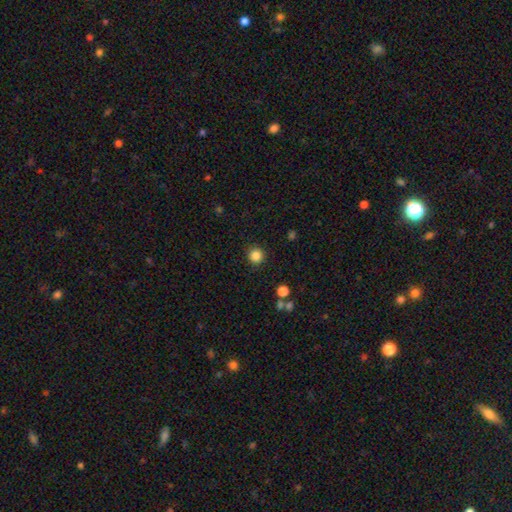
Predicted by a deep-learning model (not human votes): A smooth galaxy with no disk features (85%) that is round (94%). Merging: none (90%).